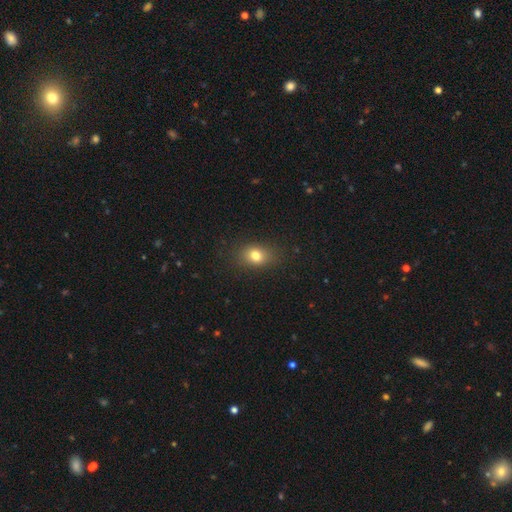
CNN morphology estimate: smooth 78%, star or artifact 12%, featured or disk 9%. Down the decision tree: how rounded — in between (64%); merging — none (83%).